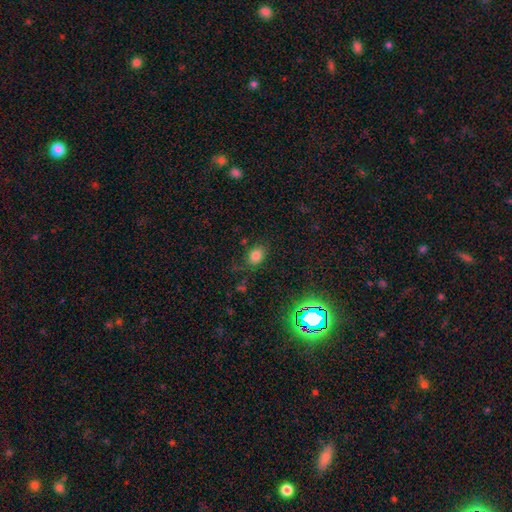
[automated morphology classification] smooth_or_featured: smooth (p=0.78) [alt: star or artifact p=0.15]
how_rounded: in between (p=0.63) [alt: round p=0.36]
merging: none (p=0.76) [alt: minor disturbance p=0.16]